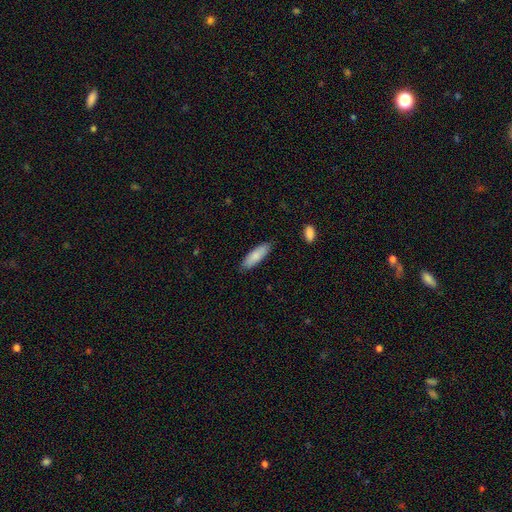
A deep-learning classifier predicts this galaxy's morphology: smooth 84%, featured or disk 11%, star or artifact 6%. Down the decision tree: how rounded — in between (55%); merging — none (85%).